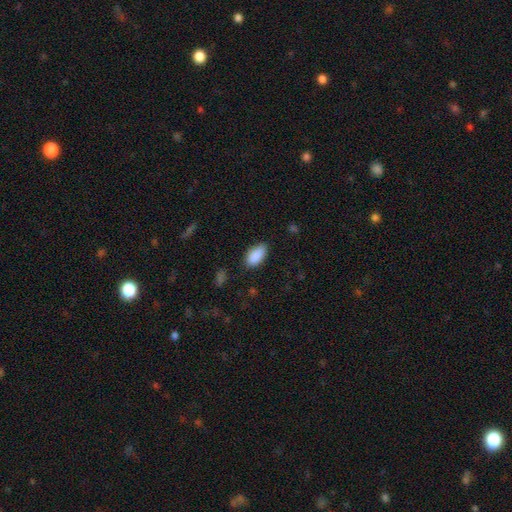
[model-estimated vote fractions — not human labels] Smooth or featured: smooth — 89% (star or artifact — 7%)
How rounded: in between — 92% (cigar-shaped — 5%)
Merging: none — 81% (minor disturbance — 15%)